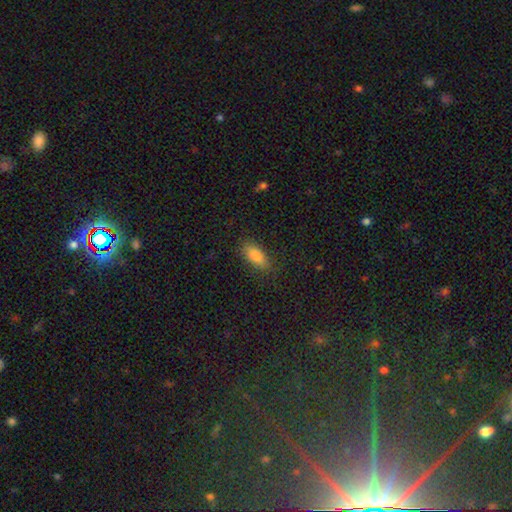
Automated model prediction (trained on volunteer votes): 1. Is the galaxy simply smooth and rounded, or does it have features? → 84% smooth, 8% star or artifact, 8% featured or disk.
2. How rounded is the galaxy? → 83% in between, 14% cigar-shaped, 3% round.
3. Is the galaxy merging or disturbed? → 82% none, 13% minor disturbance, 4% major disturbance, 1% merger.